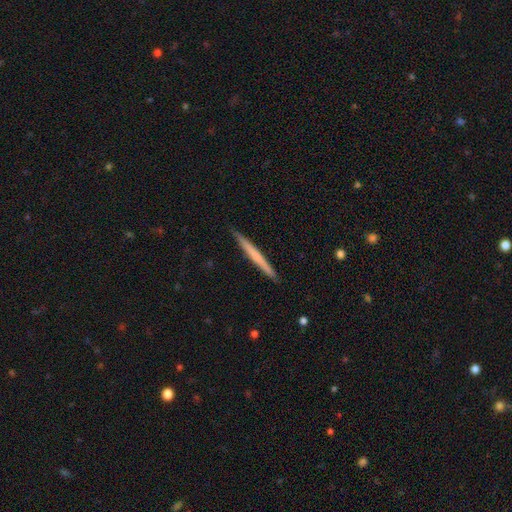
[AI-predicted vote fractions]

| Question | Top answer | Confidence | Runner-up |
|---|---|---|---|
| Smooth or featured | smooth | 53% | featured or disk (42%) |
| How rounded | cigar-shaped | 97% | in between (2%) |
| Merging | none | 91% | minor disturbance (6%) |